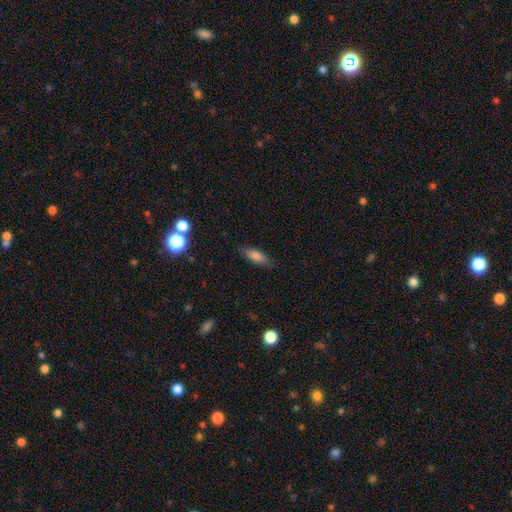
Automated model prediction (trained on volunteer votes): The model was most divided on "how rounded": in between: 62%, cigar-shaped: 36%, round: 2%. More confident: merging — none (82%); smooth or featured — smooth (78%).